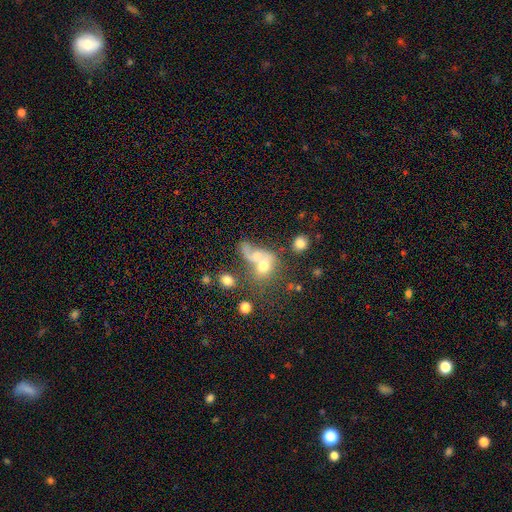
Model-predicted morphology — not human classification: type=smooth (55%); roundness=in between (49%); merging=merger (56%).